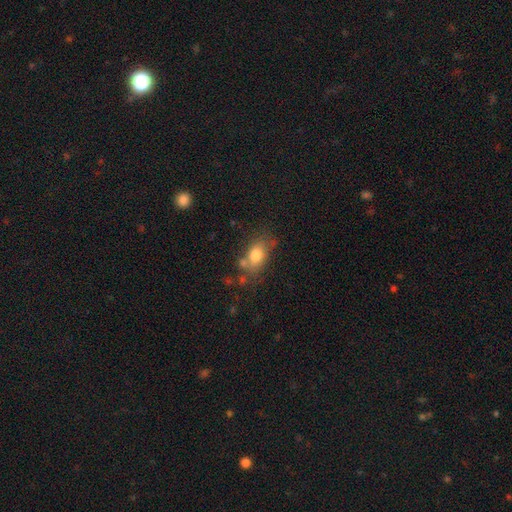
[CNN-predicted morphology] smooth 77%, featured or disk 14%, star or artifact 9%. Down the decision tree: how rounded — in between (76%); merging — none (57%).